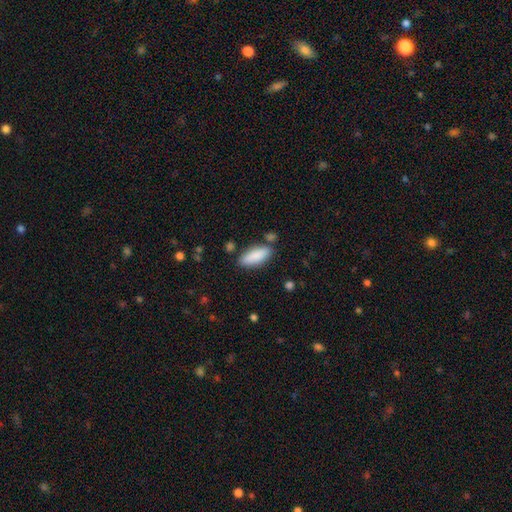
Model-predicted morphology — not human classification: A smooth galaxy with no disk features (88%) that is in between round and cigar-shaped (74%). Merging: none (79%).